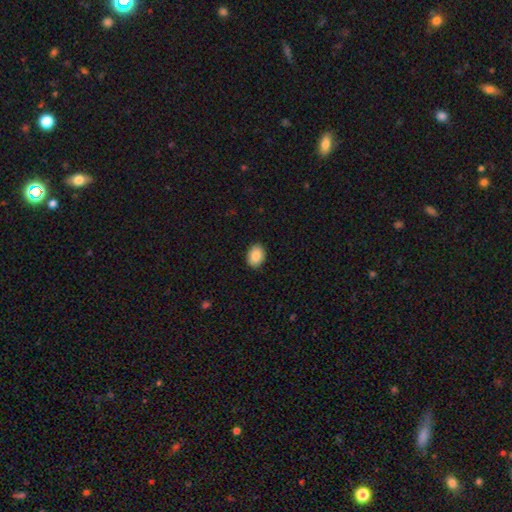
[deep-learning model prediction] This is clearly a smooth galaxy (87%). How rounded: likely in between (70%). Merging: clearly none (90%).